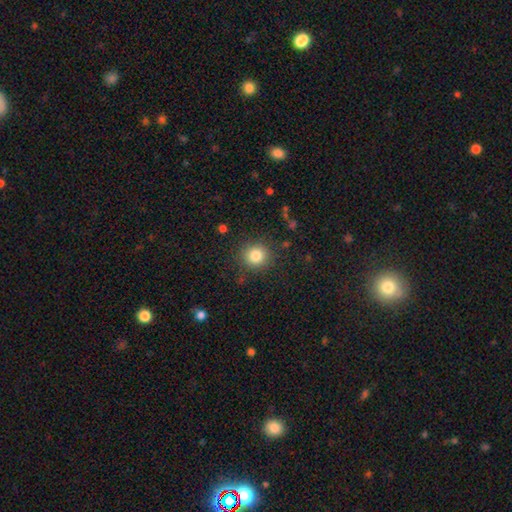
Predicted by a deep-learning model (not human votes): Overall: smooth (83%). How rounded: round (91%). Merging: none (88%).